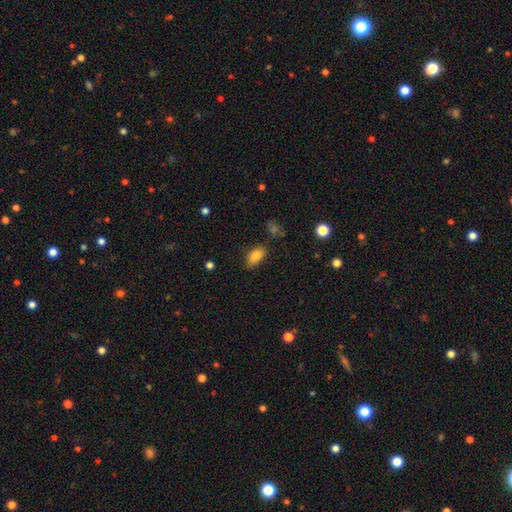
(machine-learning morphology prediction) The model was most divided on "merging": none: 76%, minor disturbance: 17%, major disturbance: 4%, merger: 3%. More confident: how rounded — in between (90%); smooth or featured — smooth (84%).